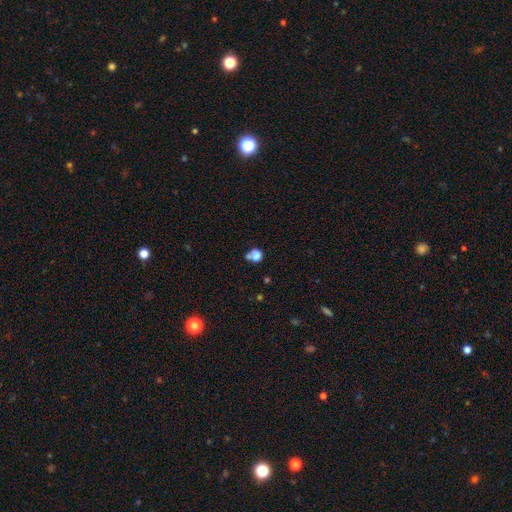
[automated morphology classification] This is likely a smooth galaxy (75%). How rounded: likely round (67%). Merging: marginally merger (40%).